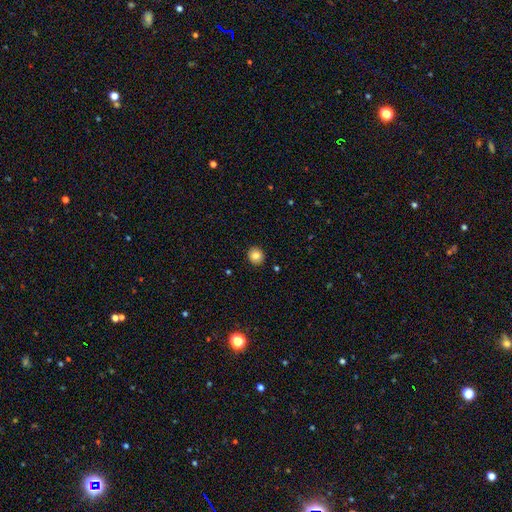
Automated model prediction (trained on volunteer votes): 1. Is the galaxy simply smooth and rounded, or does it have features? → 82% smooth, 10% star or artifact, 8% featured or disk.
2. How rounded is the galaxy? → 86% round, 13% in between, 1% cigar-shaped.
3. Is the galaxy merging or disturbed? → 92% none, 6% minor disturbance, 2% major disturbance, 1% merger.